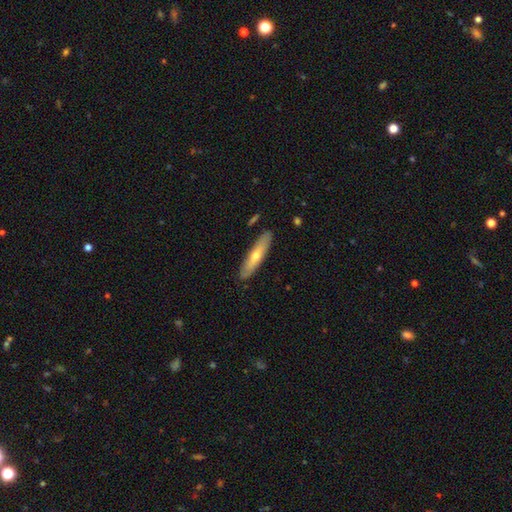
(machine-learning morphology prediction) A smooth galaxy with no disk features (53%) that is cigar-shaped (78%). Merging: none (87%).